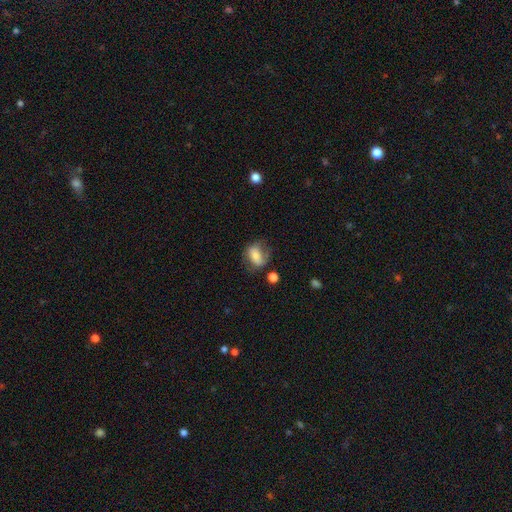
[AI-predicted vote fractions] Smooth or featured? smooth (62%)
How rounded? in between (70%)
Merging? none (53%)